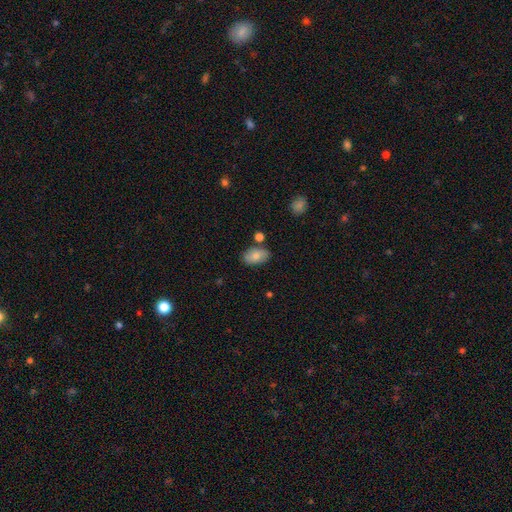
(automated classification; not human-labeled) Smooth or featured? Predicted: smooth (p=0.80). How rounded? Predicted: in between (p=0.91). Merging? Predicted: none (p=0.76).